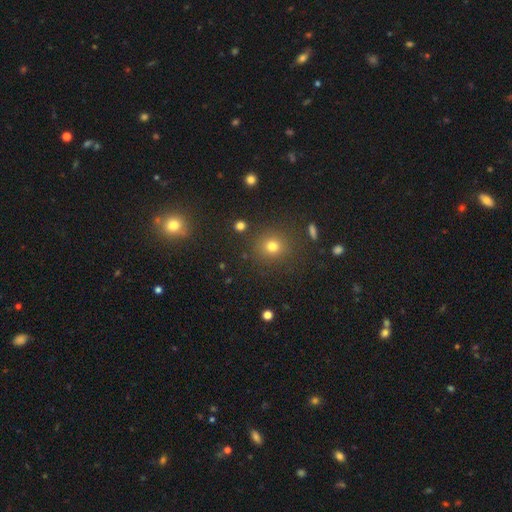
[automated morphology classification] type=smooth (53%); roundness=round (91%); merging=none (87%).